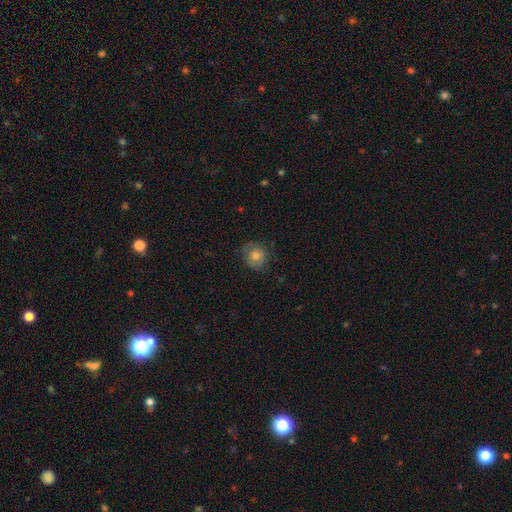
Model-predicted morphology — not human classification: A smooth galaxy with no disk features (71%) that is round (85%).

Vote fractions:
- Smooth or featured? smooth: 71% / featured or disk: 18% / star or artifact: 11%
- How rounded? round: 85% / in between: 14% / cigar-shaped: 1%
- Merging? none: 77% / minor disturbance: 16% / major disturbance: 5% / merger: 1%